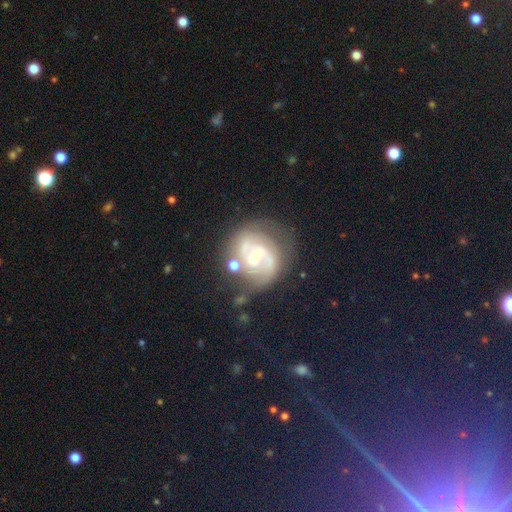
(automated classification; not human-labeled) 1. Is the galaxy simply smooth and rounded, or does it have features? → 84% featured or disk, 10% smooth, 6% star or artifact.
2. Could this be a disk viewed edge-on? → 98% no, 2% yes.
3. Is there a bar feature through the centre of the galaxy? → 44% no, 43% weak, 13% strong.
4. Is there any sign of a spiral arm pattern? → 94% yes, 6% no.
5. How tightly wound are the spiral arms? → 50% medium, 34% tight, 17% loose.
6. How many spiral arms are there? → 77% 2, 10% can't tell, 7% 3, 3% 1, 2% 4, 2% more than 4.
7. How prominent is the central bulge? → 58% small, 36% moderate, 2% large, 2% none, 1% dominant.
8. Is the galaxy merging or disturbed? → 60% none, 19% minor disturbance, 11% major disturbance, 9% merger.